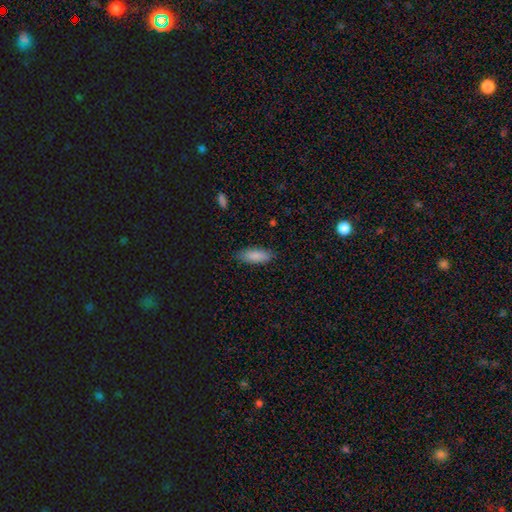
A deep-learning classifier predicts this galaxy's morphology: Smooth or featured? smooth (87%)
How rounded? in between (73%)
Merging? none (84%)